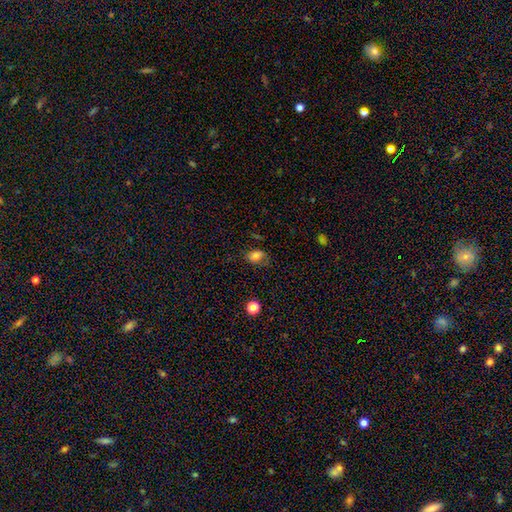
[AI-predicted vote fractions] A smooth galaxy with no disk features (79%) that is in between round and cigar-shaped (77%). Merging: none (63%).